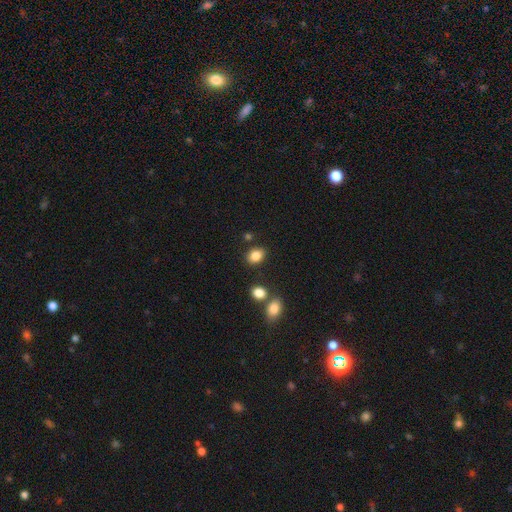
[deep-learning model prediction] This appears to be a smooth galaxy with no disk features (85%) that is in between round and cigar-shaped (66%). Merging: none (80%).